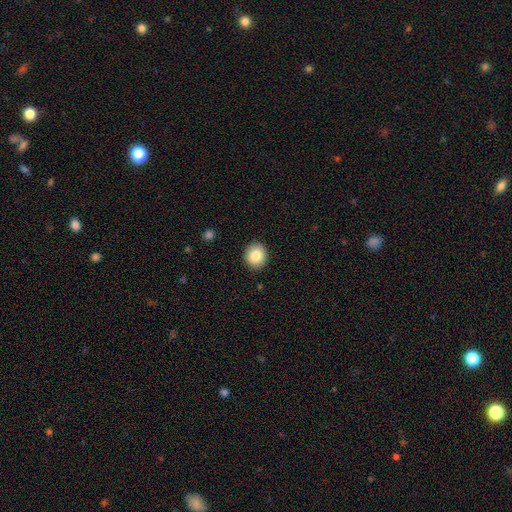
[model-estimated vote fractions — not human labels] smooth 85%, star or artifact 9%, featured or disk 7%. Down the decision tree: how rounded — round (78%); merging — none (91%).